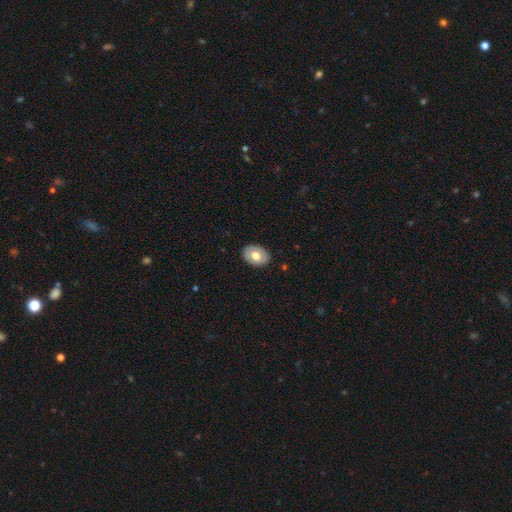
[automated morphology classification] smooth-or-featured: smooth: 64% | featured or disk: 30% | star or artifact: 6%
  how-rounded: in between: 74% | round: 25% | cigar-shaped: 1%
  merging: none: 86% | minor disturbance: 11% | major disturbance: 2% | merger: 1%